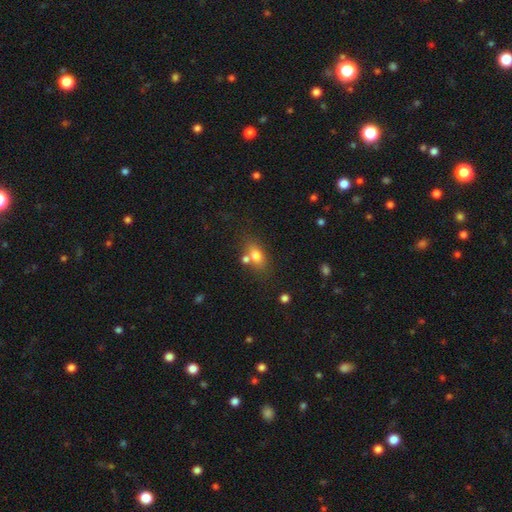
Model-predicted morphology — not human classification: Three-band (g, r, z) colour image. It shows a smooth galaxy with no disk features (74%) that is in between round and cigar-shaped (76%). Merging: none (57%).